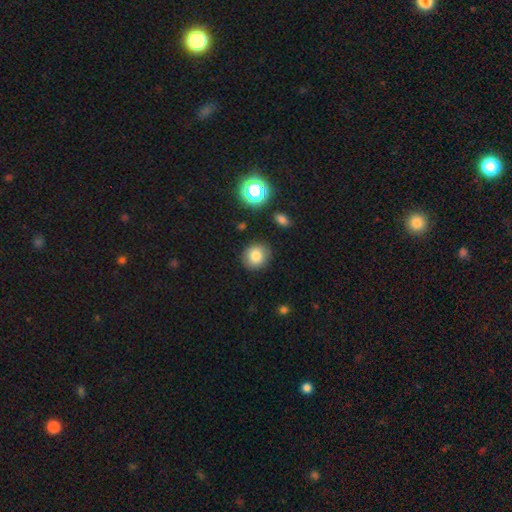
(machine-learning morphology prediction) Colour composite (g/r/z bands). It shows a smooth galaxy with no disk features (81%) that is round (80%). Merging: none (86%).